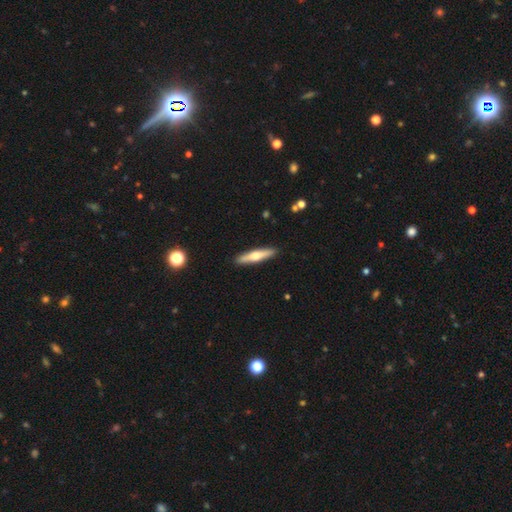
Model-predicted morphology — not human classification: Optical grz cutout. It shows a smooth galaxy with no disk features (49%). Merging: none (91%).